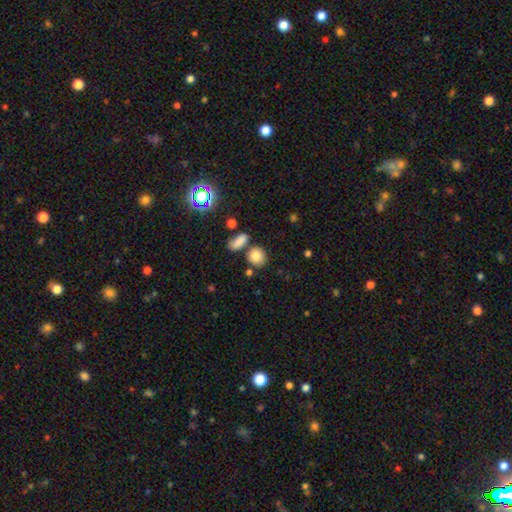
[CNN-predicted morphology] This appears to be a smooth galaxy with no disk features (82%) that is round (73%). Merging: none (71%).